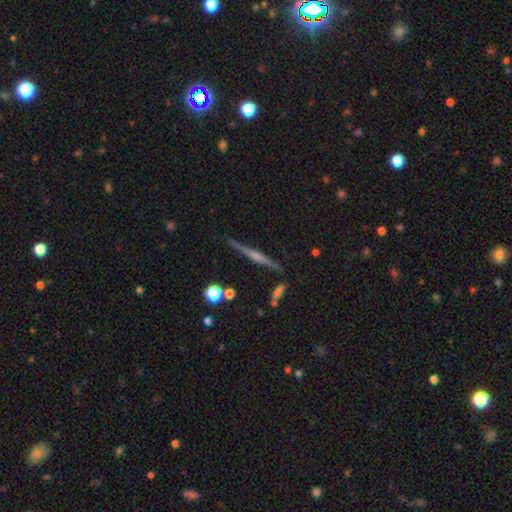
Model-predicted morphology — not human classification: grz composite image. It shows a featured or disk galaxy (77%) viewed edge-on (98%) with a rounded central bulge (66%). Merging: none (89%).